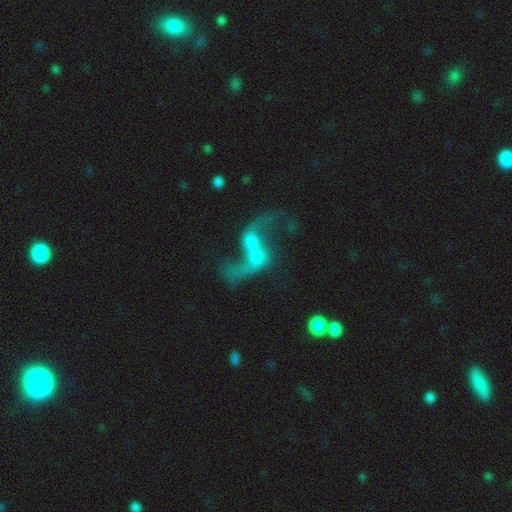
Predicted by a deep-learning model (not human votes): Smooth or featured? Predicted: featured or disk (p=0.79). Edge-on disk? Predicted: no (p=0.96). Bar? Predicted: no (p=0.49). Spiral arms? Predicted: yes (p=0.83). Spiral winding? Predicted: loose (p=0.91). Spiral arm count? Predicted: 2 (p=0.89). Bulge size? Predicted: moderate (p=0.35). Merging? Predicted: merger (p=0.36).